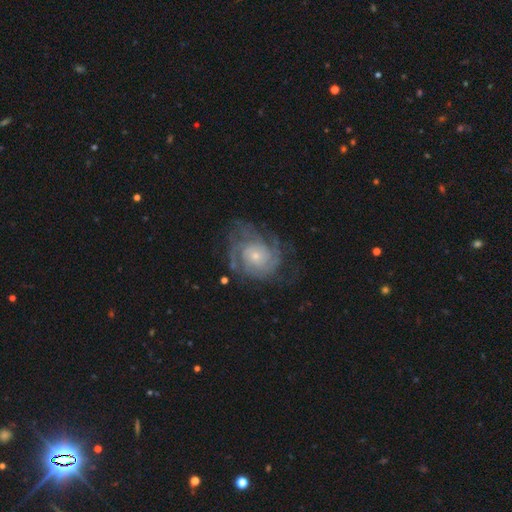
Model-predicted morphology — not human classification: This is clearly a featured or disk galaxy (85%). It is clearly not viewed edge-on (97%). Bar: likely no (79%). Spiral arm pattern: clearly yes (95%). Spiral arm count: marginally can't tell (32%). Spiral winding: likely tight (65%). Central bulge: likely small (69%). Merging: likely none (68%).